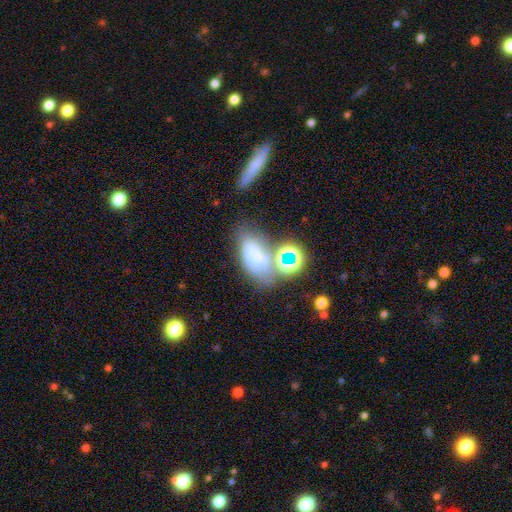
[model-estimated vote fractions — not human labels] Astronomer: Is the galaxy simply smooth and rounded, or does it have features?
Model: smooth — 48% (runner-up: featured or disk, 29%).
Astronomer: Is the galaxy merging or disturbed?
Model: none — 34% (runner-up: merger, 30%).